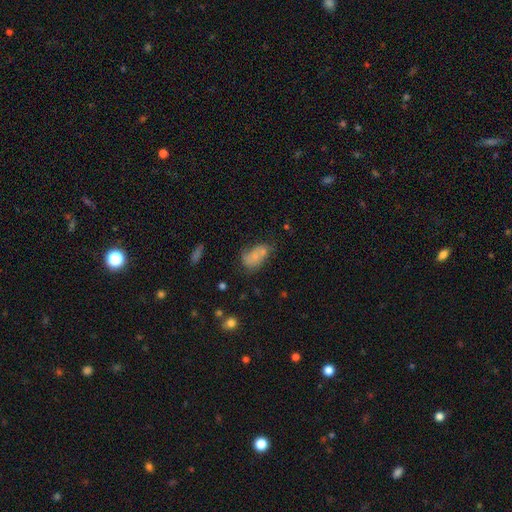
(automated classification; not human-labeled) Q: Smooth or featured?
A: smooth (67%); runner-up: featured or disk (22%)
Q: How rounded?
A: in between (87%); runner-up: round (10%)
Q: Merging?
A: none (34%); runner-up: merger (32%)